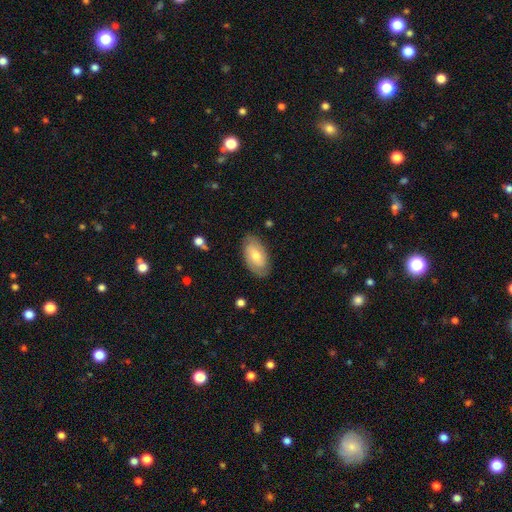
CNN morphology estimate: smooth 47%, featured or disk 46%, star or artifact 6%. Down the decision tree: merging — none (81%).